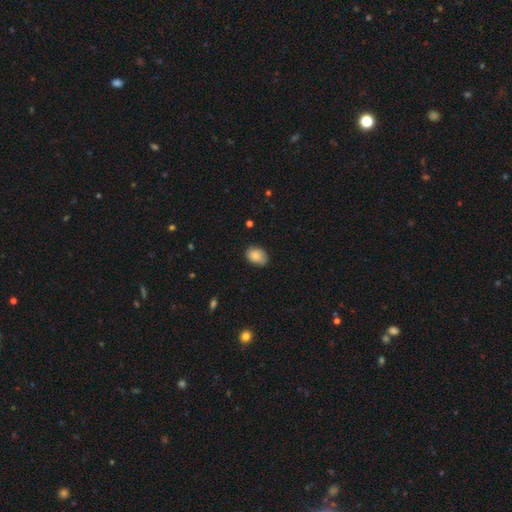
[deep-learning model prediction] A smooth galaxy with no disk features (85%) that is in between round and cigar-shaped (76%). Merging: none (73%).